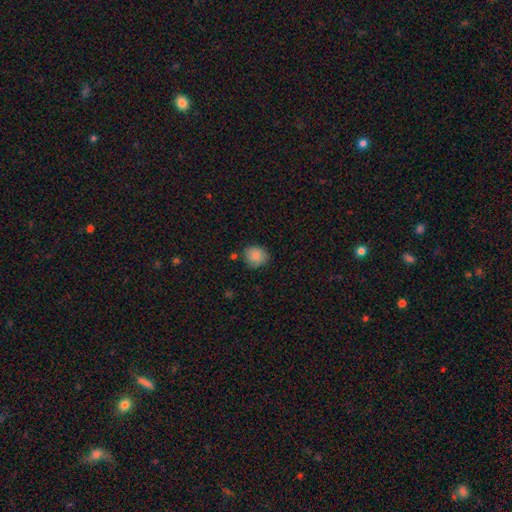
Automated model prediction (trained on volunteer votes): A smooth galaxy with no disk features (85%) that is round (79%).

Vote fractions:
- Smooth or featured? smooth: 85% / star or artifact: 8% / featured or disk: 7%
- How rounded? round: 79% / in between: 20% / cigar-shaped: 1%
- Merging? none: 76% / minor disturbance: 18% / merger: 4% / major disturbance: 3%